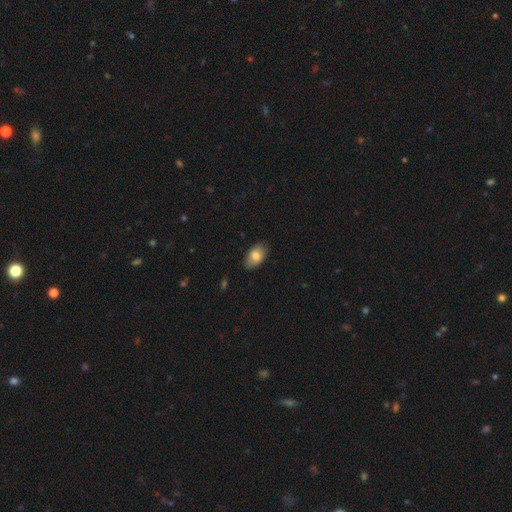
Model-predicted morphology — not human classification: smooth-or-featured: smooth: 78% | featured or disk: 15% | star or artifact: 7%
  how-rounded: in between: 92% | round: 6% | cigar-shaped: 2%
  merging: none: 83% | minor disturbance: 14% | major disturbance: 2% | merger: 1%